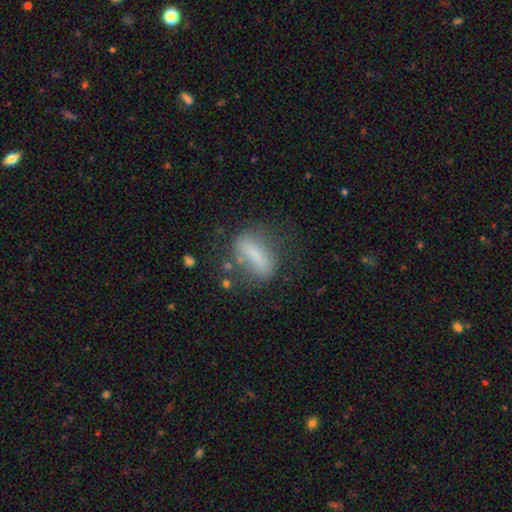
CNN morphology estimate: Smooth or featured: smooth — 61% (featured or disk — 29%)
How rounded: in between — 61% (cigar-shaped — 32%)
Merging: none — 54% (minor disturbance — 22%)